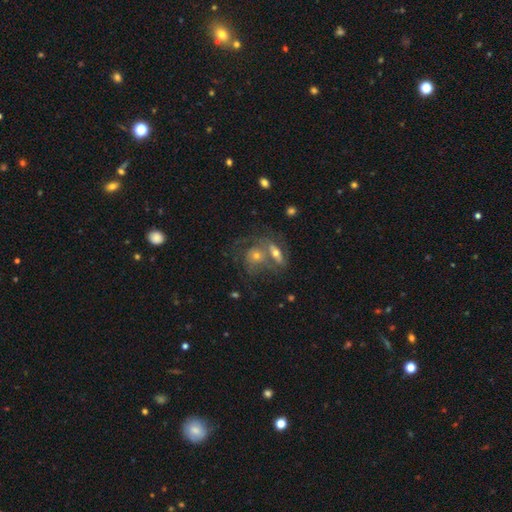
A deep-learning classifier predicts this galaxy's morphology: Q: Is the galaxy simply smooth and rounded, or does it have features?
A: featured or disk — 60%.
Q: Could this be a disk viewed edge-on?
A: no — 92%.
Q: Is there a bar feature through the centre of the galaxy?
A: no — 79%.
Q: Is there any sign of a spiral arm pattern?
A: yes — 68%.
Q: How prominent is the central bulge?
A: moderate — 53%.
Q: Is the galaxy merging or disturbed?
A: merger — 53%.